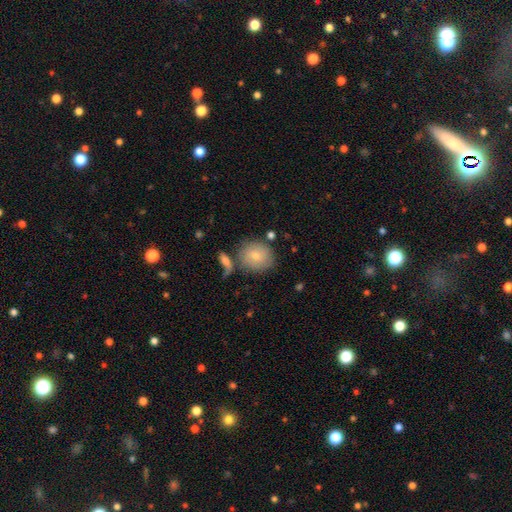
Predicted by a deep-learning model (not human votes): This appears to be a smooth galaxy with no disk features (76%) that is round (84%). Merging: none (68%).